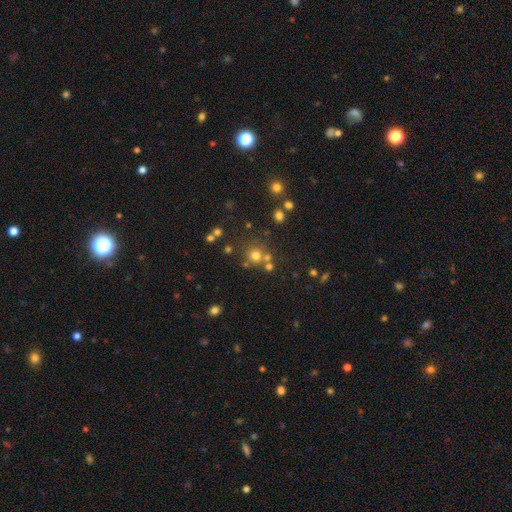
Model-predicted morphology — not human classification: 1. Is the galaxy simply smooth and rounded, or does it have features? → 67% smooth, 22% star or artifact, 11% featured or disk.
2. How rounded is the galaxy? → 90% round, 9% in between, 1% cigar-shaped.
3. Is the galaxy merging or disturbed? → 66% none, 20% merger, 9% minor disturbance, 4% major disturbance.